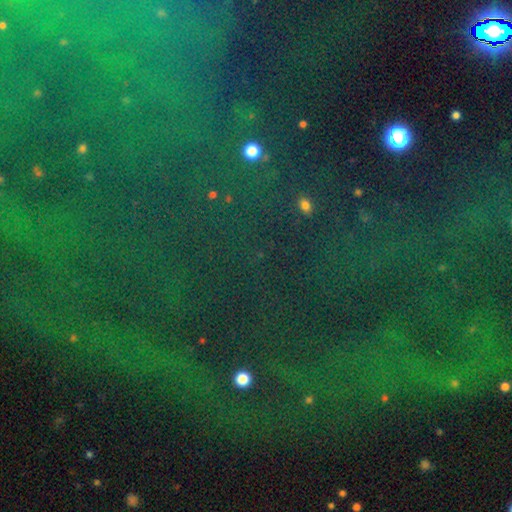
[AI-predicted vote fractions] Smooth or featured: star or artifact — 81% (smooth — 10%)